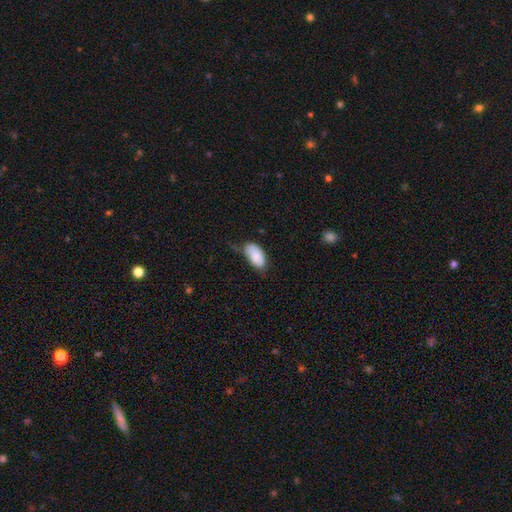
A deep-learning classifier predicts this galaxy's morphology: smooth-or-featured: smooth: 85% | featured or disk: 8% | star or artifact: 6%
  how-rounded: in between: 95% | cigar-shaped: 3% | round: 2%
  merging: none: 44% | minor disturbance: 41% | major disturbance: 12% | merger: 3%